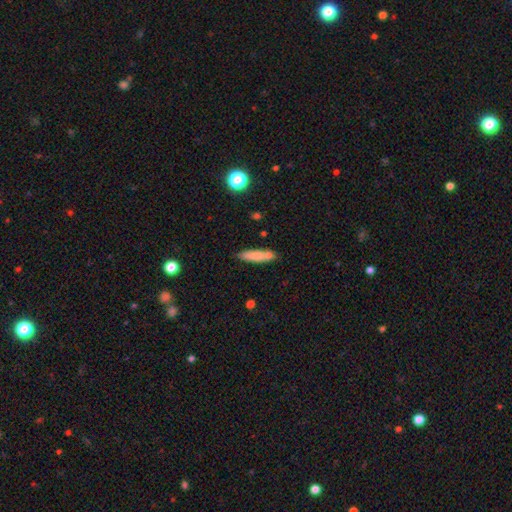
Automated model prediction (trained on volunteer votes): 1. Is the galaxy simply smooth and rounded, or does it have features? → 76% smooth, 16% featured or disk, 7% star or artifact.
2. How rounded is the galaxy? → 76% cigar-shaped, 22% in between, 2% round.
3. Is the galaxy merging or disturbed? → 71% none, 15% minor disturbance, 10% merger, 3% major disturbance.